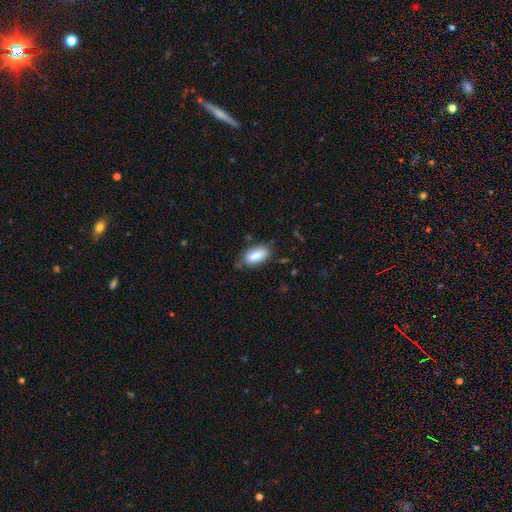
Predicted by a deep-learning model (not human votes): A smooth galaxy with no disk features (84%) that is in between round and cigar-shaped (87%).

Vote fractions:
- Smooth or featured? smooth: 84% / featured or disk: 9% / star or artifact: 7%
- How rounded? in between: 87% / cigar-shaped: 11% / round: 3%
- Merging? none: 72% / minor disturbance: 21% / major disturbance: 4% / merger: 3%